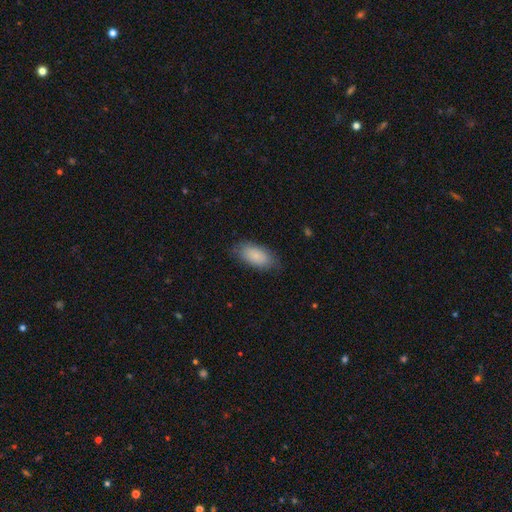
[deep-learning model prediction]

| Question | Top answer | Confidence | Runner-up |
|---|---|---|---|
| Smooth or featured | smooth | 85% | featured or disk (9%) |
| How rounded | in between | 92% | cigar-shaped (5%) |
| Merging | none | 78% | minor disturbance (17%) |